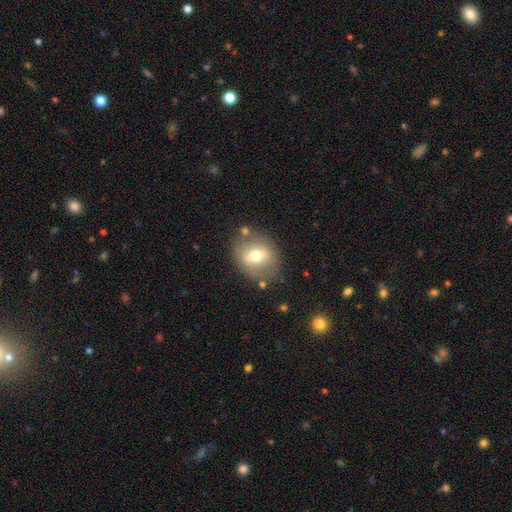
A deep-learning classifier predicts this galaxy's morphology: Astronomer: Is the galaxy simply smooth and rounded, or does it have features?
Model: smooth — 52% (runner-up: featured or disk, 39%).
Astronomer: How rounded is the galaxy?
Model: round — 57% (runner-up: in between, 41%).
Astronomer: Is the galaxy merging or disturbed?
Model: none — 75%.